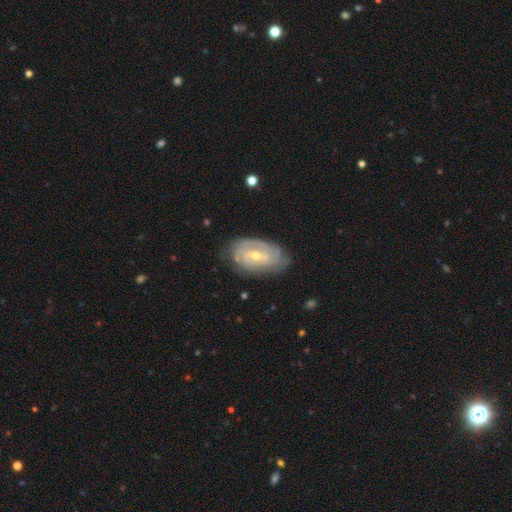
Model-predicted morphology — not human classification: Smooth or featured? featured or disk (83%)
Edge-on disk? no (95%)
Bar? no (51%)
Spiral arms? yes (92%)
Spiral winding? tight (73%)
Spiral arm count? can't tell (35%)
Bulge size? small (51%)
Merging? none (76%)